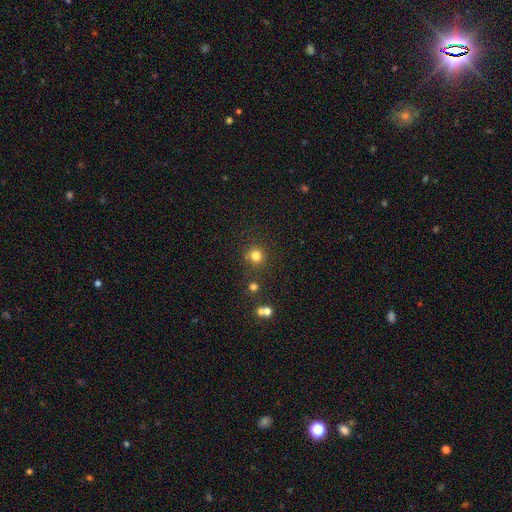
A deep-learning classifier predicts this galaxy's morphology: Q: Smooth or featured?
A: smooth (80%); runner-up: star or artifact (15%)
Q: How rounded?
A: round (93%); runner-up: in between (6%)
Q: Merging?
A: none (81%); runner-up: minor disturbance (10%)